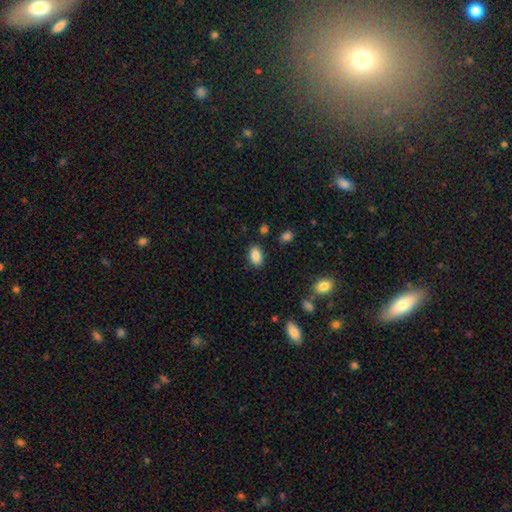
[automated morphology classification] This appears to be a smooth galaxy with no disk features (87%) that is in between round and cigar-shaped (89%). Merging: none (85%).